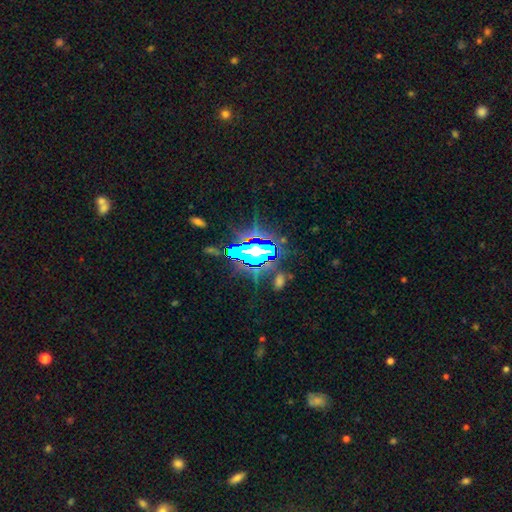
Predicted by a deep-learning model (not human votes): A star or artifact, not a galaxy (74%).